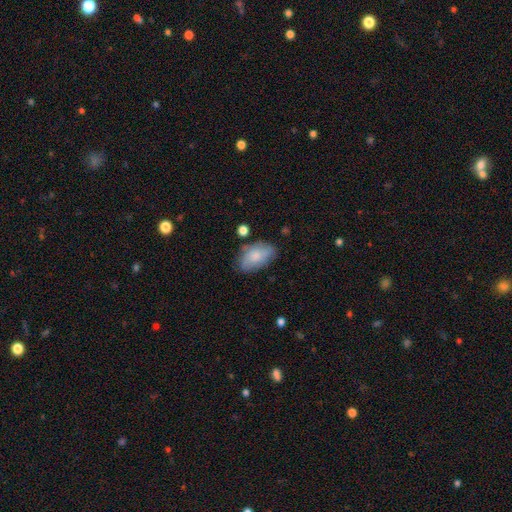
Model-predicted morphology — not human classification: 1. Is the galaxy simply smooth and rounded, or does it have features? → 74% smooth, 20% featured or disk, 7% star or artifact.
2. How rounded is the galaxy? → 92% in between, 6% round, 2% cigar-shaped.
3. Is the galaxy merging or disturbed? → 68% none, 22% minor disturbance, 6% major disturbance, 5% merger.